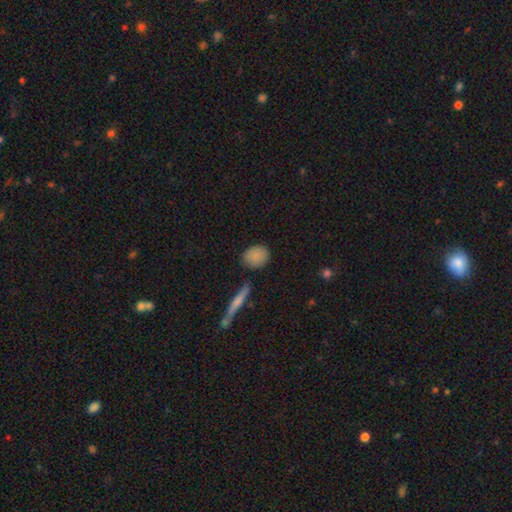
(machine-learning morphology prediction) A smooth galaxy with no disk features (86%) that is round (56%).

Vote fractions:
- Smooth or featured? smooth: 86% / star or artifact: 8% / featured or disk: 6%
- How rounded? round: 56% / in between: 40% / cigar-shaped: 4%
- Merging? none: 81% / minor disturbance: 12% / merger: 4% / major disturbance: 3%